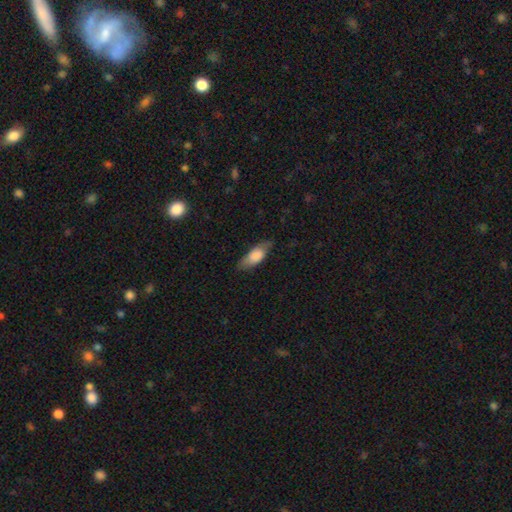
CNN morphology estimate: Overall: smooth (76%). How rounded: in between (74%). Merging: none (68%).